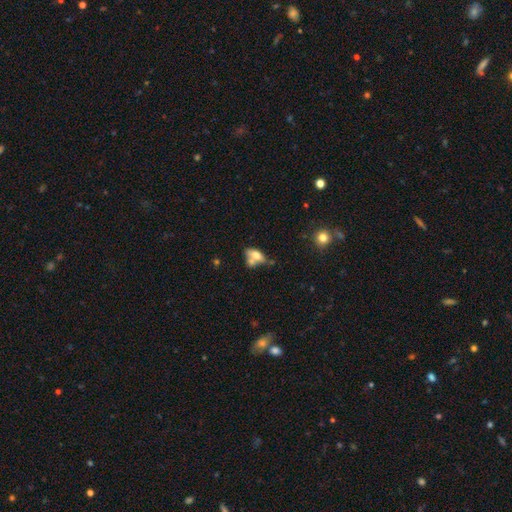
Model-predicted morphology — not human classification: Smooth or featured? smooth (65%)
How rounded? in between (81%)
Merging? merger (42%)